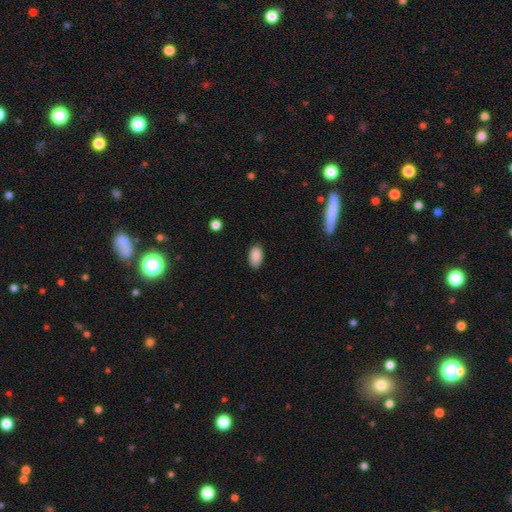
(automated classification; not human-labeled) Morphology: type=smooth (89%); roundness=in between (93%); merging=none (86%).